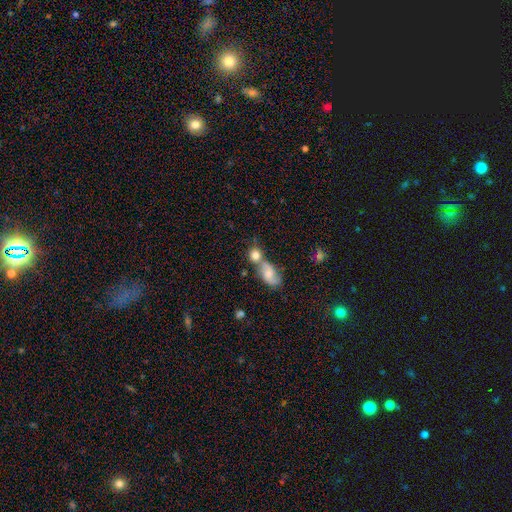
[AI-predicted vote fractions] Overall: smooth (70%). How rounded: round (75%). Merging: merger (45%; none 41%).